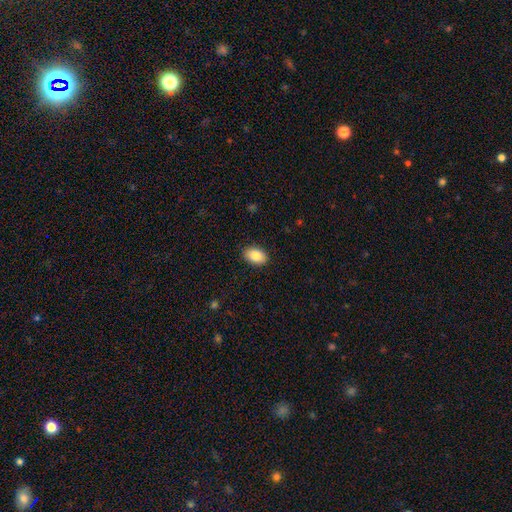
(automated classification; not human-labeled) Smooth or featured? Predicted: smooth (p=0.87). How rounded? Predicted: in between (p=0.88). Merging? Predicted: none (p=0.89).